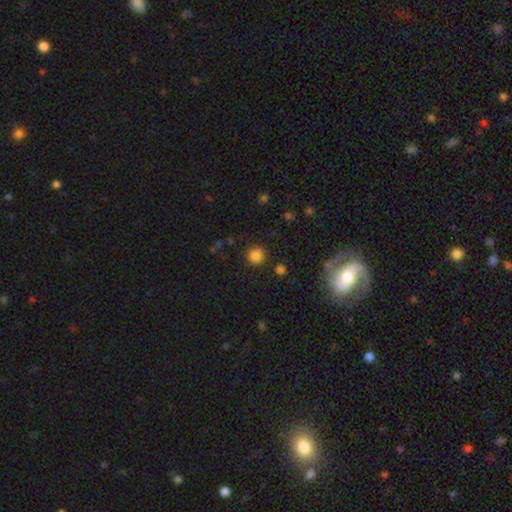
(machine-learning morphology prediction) Overall: smooth (83%). How rounded: round (92%). Merging: none (86%).